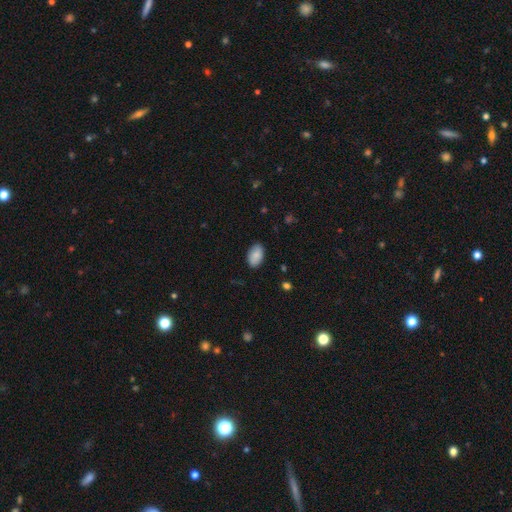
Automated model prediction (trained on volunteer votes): Smooth or featured? smooth (86%)
How rounded? in between (93%)
Merging? none (86%)